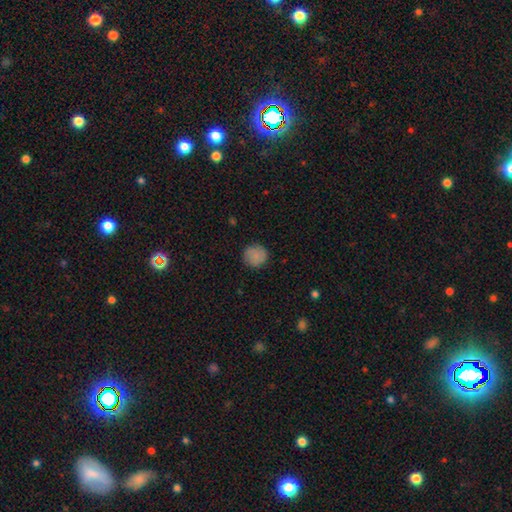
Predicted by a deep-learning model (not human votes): This is clearly a smooth galaxy (85%). How rounded: clearly round (92%). Merging: clearly none (87%).